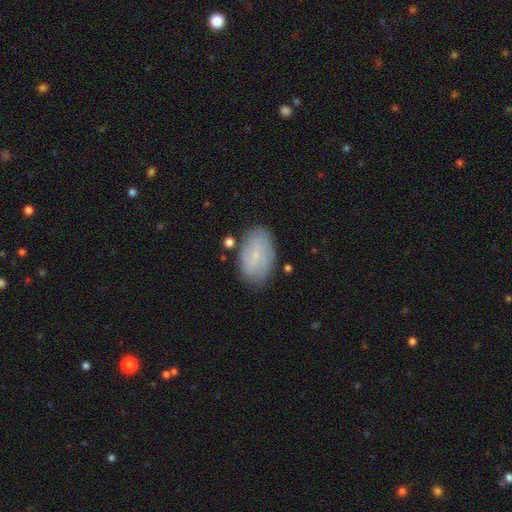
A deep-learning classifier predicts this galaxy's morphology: Smooth or featured?
  - smooth: 49% *
  - featured or disk: 43%
  - star or artifact: 9%
Merging?
  - none: 76% *
  - minor disturbance: 17%
  - major disturbance: 4%
  - merger: 3%